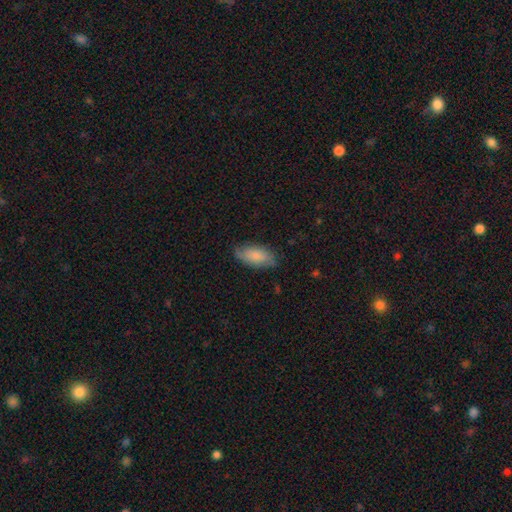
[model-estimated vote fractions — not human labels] Q: Smooth or featured?
A: smooth (72%); runner-up: featured or disk (22%)
Q: How rounded?
A: in between (91%); runner-up: cigar-shaped (7%)
Q: Merging?
A: none (73%); runner-up: minor disturbance (22%)